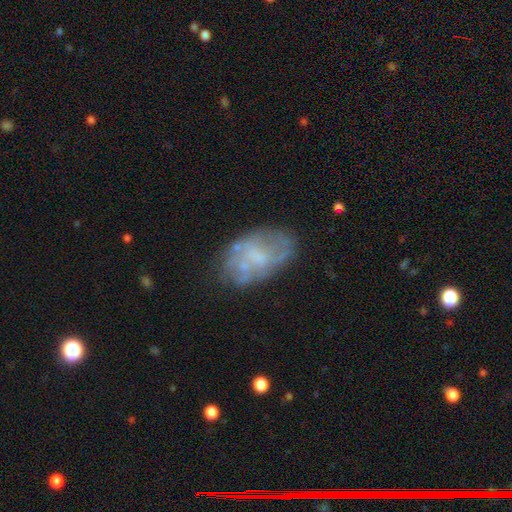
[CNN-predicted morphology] Overall: featured or disk (57%; smooth 34%). Edge-on disk: no (96%). Bar: no (67%; weak 28%). Spiral arms: no (61%; yes 39%). Bulge size: none (37%; small 35%). Merging: none (59%; minor disturbance 23%).